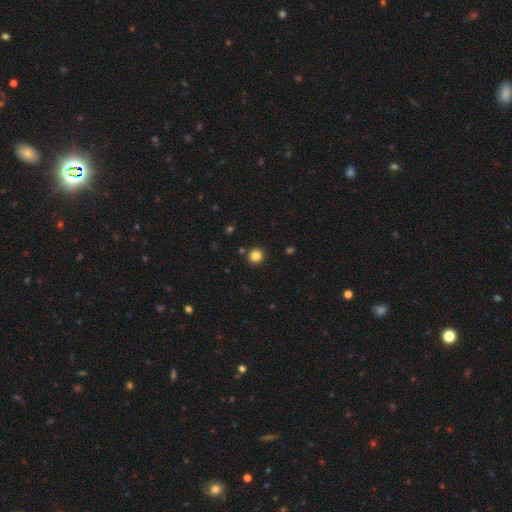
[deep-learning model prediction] This appears to be a smooth galaxy with no disk features (83%) that is round (95%). Merging: none (90%).